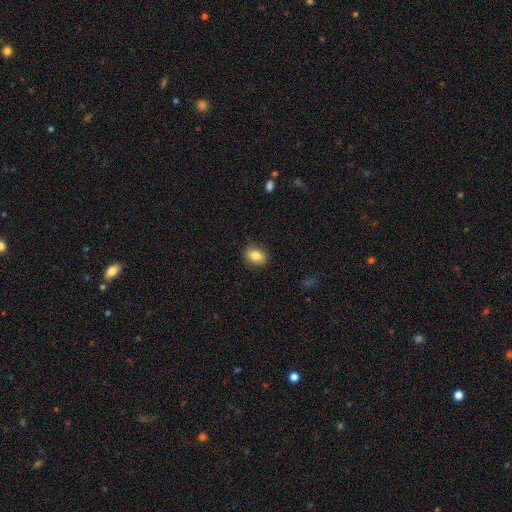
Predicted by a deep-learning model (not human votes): Overall: smooth (82%). How rounded: in between (71%). Merging: none (85%).